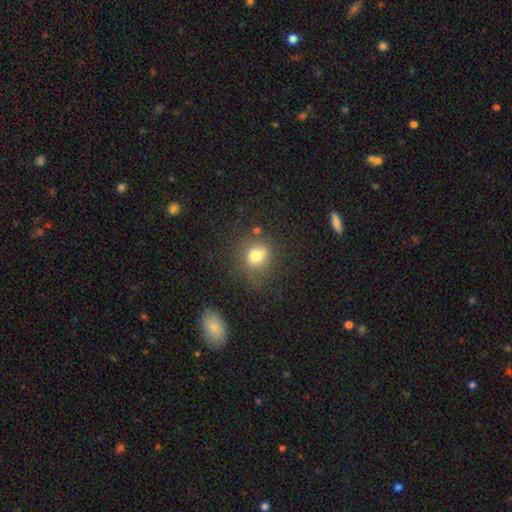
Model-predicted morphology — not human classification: Smooth or featured? smooth (73%)
How rounded? round (72%)
Merging? none (60%)